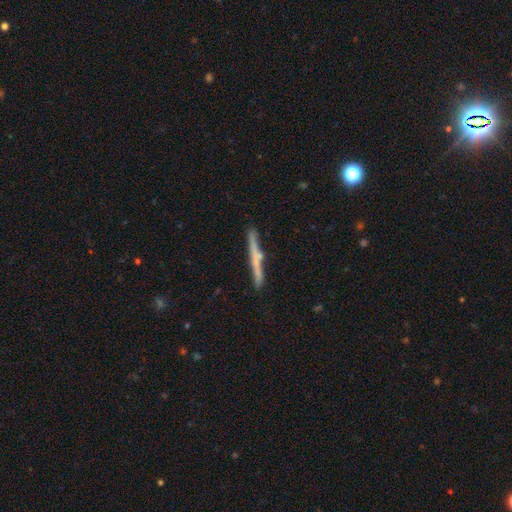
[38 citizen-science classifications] Smooth or featured? featured or disk (58%)
Edge-on disk? yes (95%)
Edge-on bulge? rounded (52%)
Merging? none (97%)